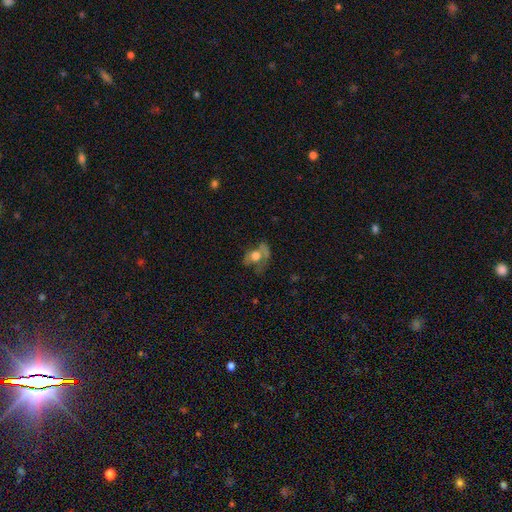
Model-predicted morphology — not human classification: Smooth or featured? Predicted: smooth (p=0.49). Merging? Predicted: major disturbance (p=0.40).